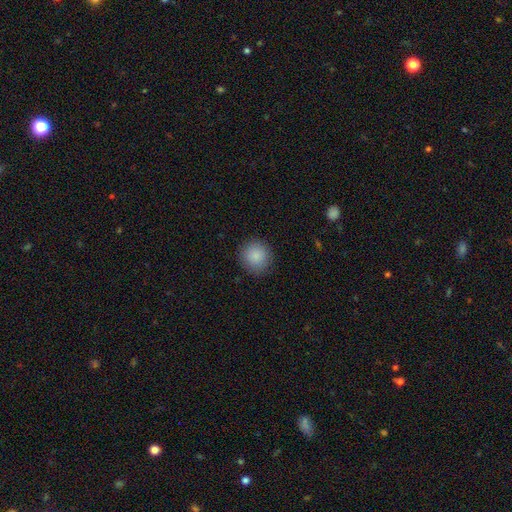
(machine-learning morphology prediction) A smooth galaxy with no disk features (87%) that is round (94%). Merging: none (89%).